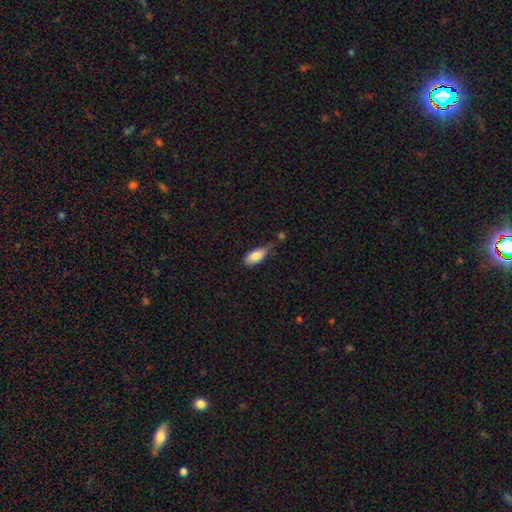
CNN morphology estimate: Smooth or featured: smooth — 84% (featured or disk — 9%)
How rounded: in between — 83% (cigar-shaped — 15%)
Merging: none — 56% (minor disturbance — 31%)